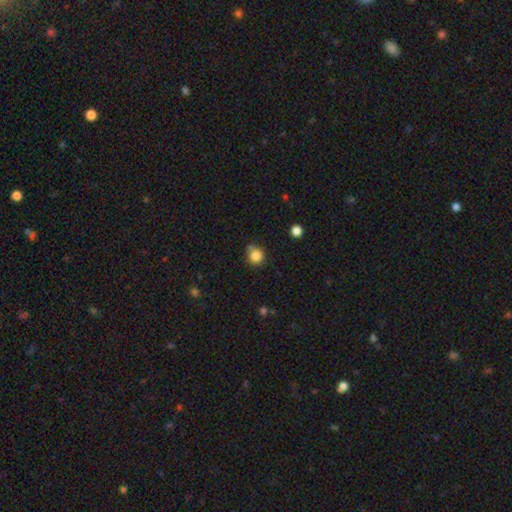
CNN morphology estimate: smooth_or_featured: smooth (p=0.84) [alt: star or artifact p=0.11]
how_rounded: round (p=0.81) [alt: in between p=0.18]
merging: none (p=0.63) [alt: minor disturbance p=0.27]